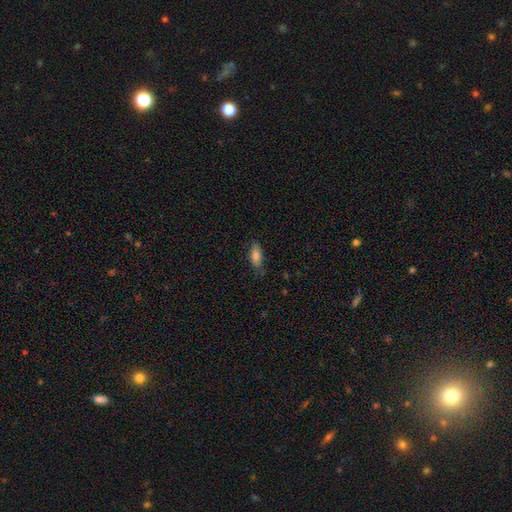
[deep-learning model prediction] Smooth or featured?
  - smooth: 79% *
  - featured or disk: 13%
  - star or artifact: 8%
How rounded?
  - in between: 78% *
  - cigar-shaped: 20%
  - round: 3%
Merging?
  - none: 70% *
  - minor disturbance: 24%
  - major disturbance: 5%
  - merger: 2%